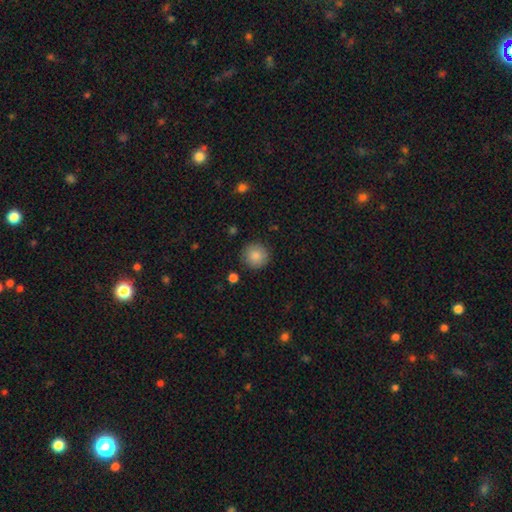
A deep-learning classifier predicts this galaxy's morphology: Smooth or featured? smooth (86%)
How rounded? round (94%)
Merging? none (89%)